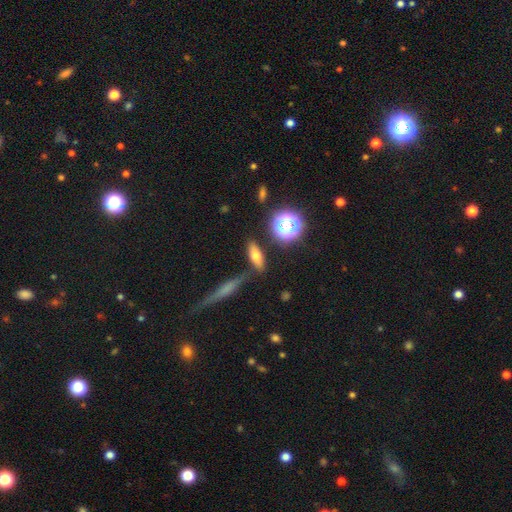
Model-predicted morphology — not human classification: smooth-or-featured: smooth: 63% | featured or disk: 22% | star or artifact: 15%
  how-rounded: in between: 55% | cigar-shaped: 38% | round: 7%
  merging: none: 79% | minor disturbance: 11% | merger: 7% | major disturbance: 4%